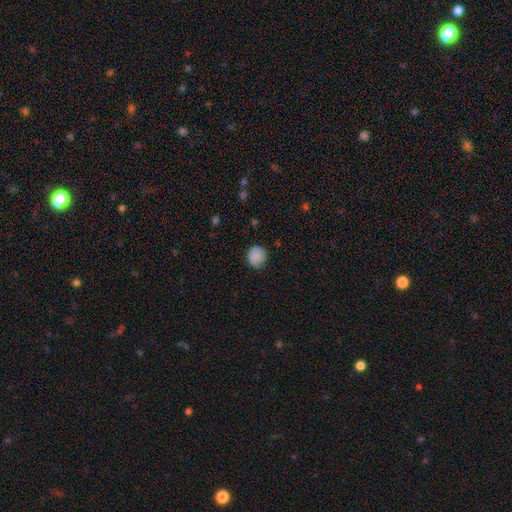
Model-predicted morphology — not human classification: smooth_or_featured: smooth (p=0.84) [alt: star or artifact p=0.09]
how_rounded: round (p=0.80) [alt: in between p=0.19]
merging: none (p=0.77) [alt: minor disturbance p=0.18]